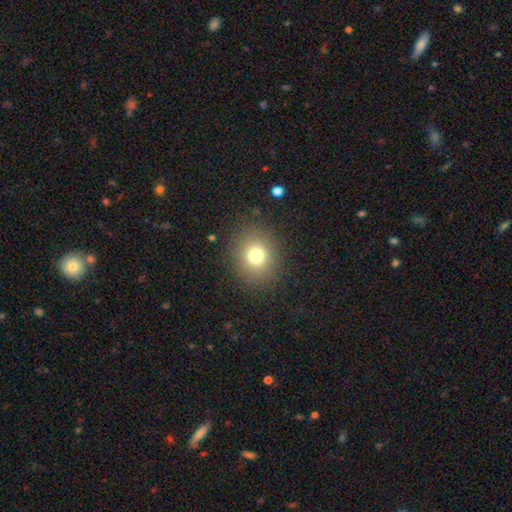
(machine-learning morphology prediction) Q: Smooth or featured?
A: smooth (75%); runner-up: star or artifact (15%)
Q: How rounded?
A: round (72%); runner-up: in between (27%)
Q: Merging?
A: none (87%); runner-up: minor disturbance (8%)